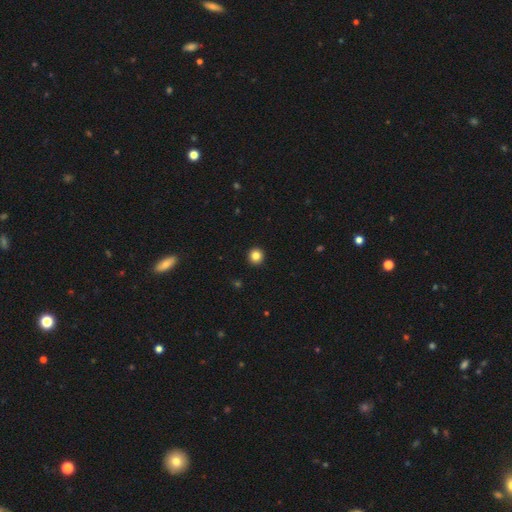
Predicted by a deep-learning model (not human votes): smooth_or_featured: smooth (p=0.84) [alt: star or artifact p=0.11]
how_rounded: round (p=0.95) [alt: in between p=0.04]
merging: none (p=0.94) [alt: minor disturbance p=0.04]